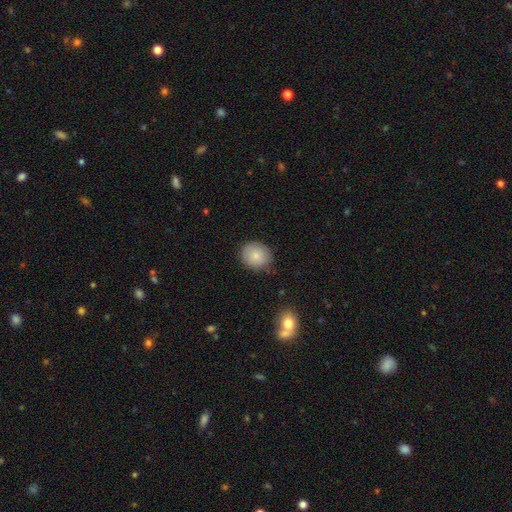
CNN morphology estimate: A smooth galaxy with no disk features (83%) that is round (66%).

Vote fractions:
- Smooth or featured? smooth: 83% / featured or disk: 9% / star or artifact: 8%
- How rounded? round: 66% / in between: 33% / cigar-shaped: 1%
- Merging? none: 82% / minor disturbance: 13% / major disturbance: 3% / merger: 1%